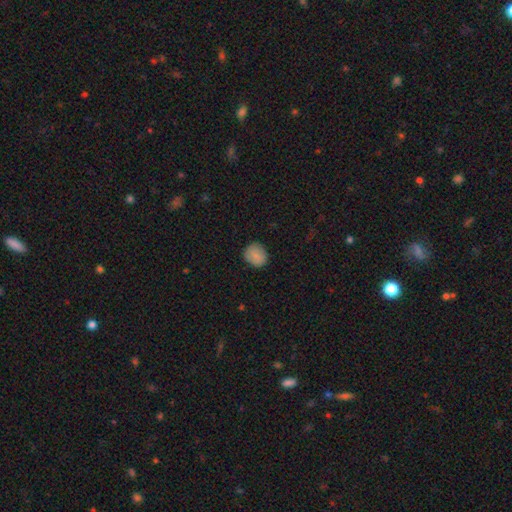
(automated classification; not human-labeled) Smooth or featured?
  - smooth: 85% *
  - star or artifact: 8%
  - featured or disk: 7%
How rounded?
  - round: 73% *
  - in between: 26%
  - cigar-shaped: 1%
Merging?
  - none: 84% *
  - minor disturbance: 12%
  - major disturbance: 2%
  - merger: 1%